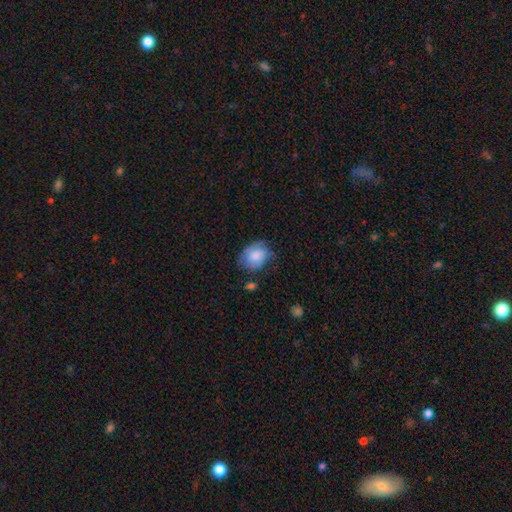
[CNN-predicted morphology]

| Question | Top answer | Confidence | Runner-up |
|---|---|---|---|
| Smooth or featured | smooth | 66% | featured or disk (26%) |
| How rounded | in between | 60% | round (39%) |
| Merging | none | 51% | minor disturbance (33%) |